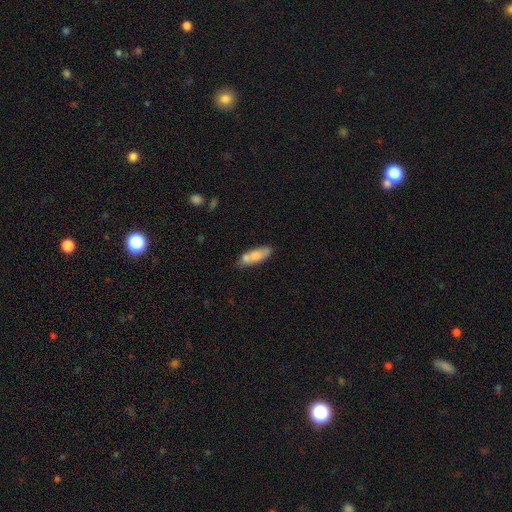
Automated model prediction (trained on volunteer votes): A smooth galaxy with no disk features (70%) that is in between round and cigar-shaped (58%). Merging: none (54%).